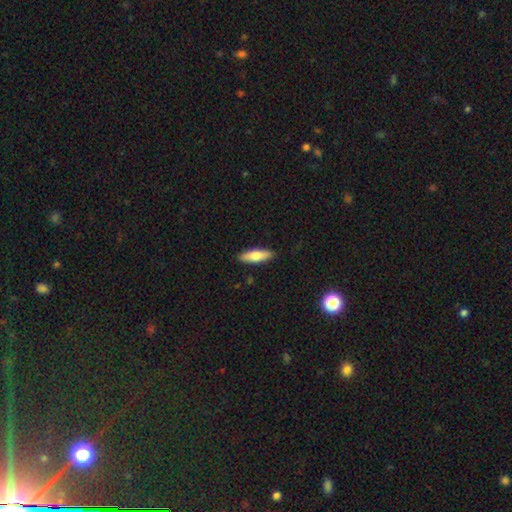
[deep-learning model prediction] Morphology: type=smooth (70%); roundness=in between (49%, tied with cigar-shaped); merging=none (89%).